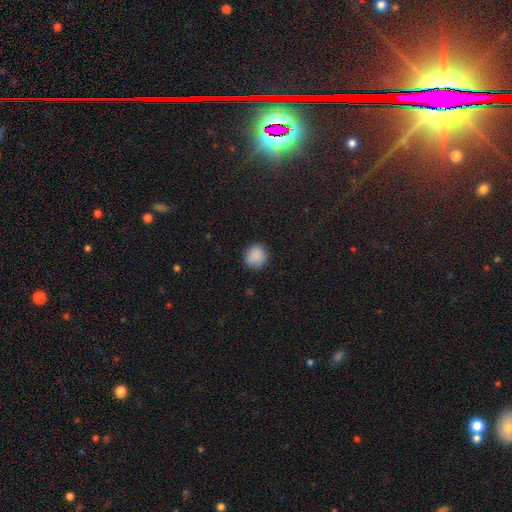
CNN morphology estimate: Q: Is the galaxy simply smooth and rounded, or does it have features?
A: smooth — 87%.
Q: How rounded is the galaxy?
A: round — 88%.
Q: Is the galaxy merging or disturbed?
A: none — 85%.